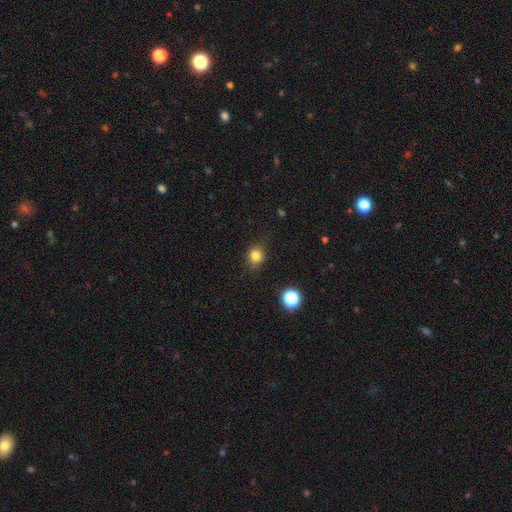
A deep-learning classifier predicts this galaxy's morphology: type=smooth (81%); roundness=round (69%); merging=none (81%).